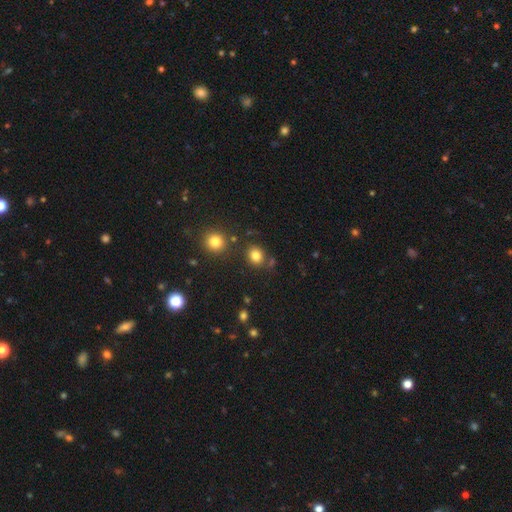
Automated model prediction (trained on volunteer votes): A smooth galaxy with no disk features (81%) that is round (74%). Merging: none (79%).